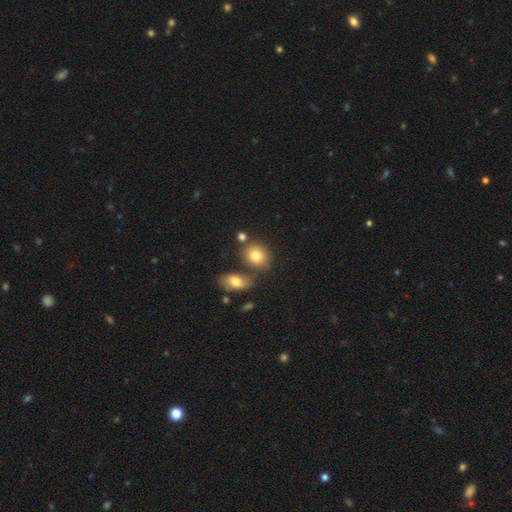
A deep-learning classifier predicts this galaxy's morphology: Smooth or featured? smooth (78%)
How rounded? round (55%)
Merging? none (62%)